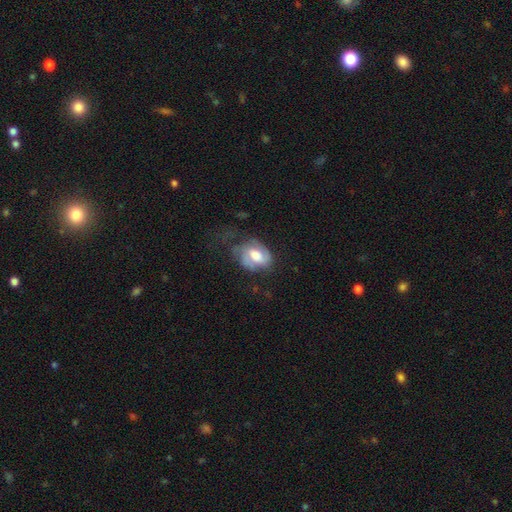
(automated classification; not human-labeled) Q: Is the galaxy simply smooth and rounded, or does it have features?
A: featured or disk — 55%.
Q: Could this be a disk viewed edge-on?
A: no — 96%.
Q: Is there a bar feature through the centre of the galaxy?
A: no — 47%.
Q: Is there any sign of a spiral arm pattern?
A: yes — 79%.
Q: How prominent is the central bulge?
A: moderate — 44%.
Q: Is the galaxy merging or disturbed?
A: none — 36%.